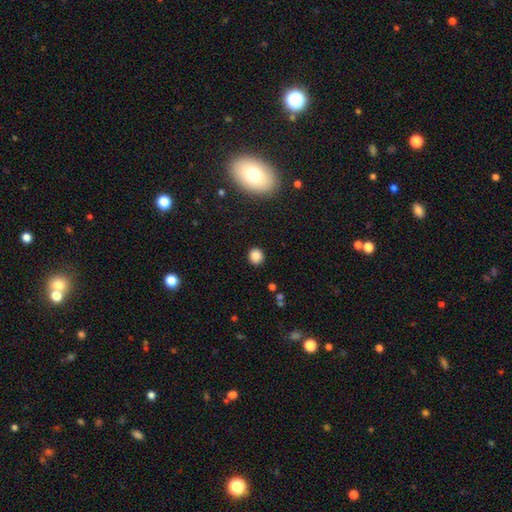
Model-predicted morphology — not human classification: smooth 85%, star or artifact 11%, featured or disk 4%. Down the decision tree: how rounded — round (87%); merging — none (91%).